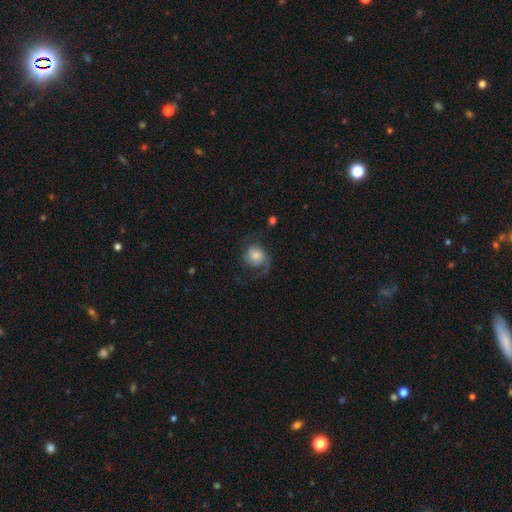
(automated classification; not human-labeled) Smooth or featured: featured or disk — 58% (smooth — 35%)
Edge-on disk: no — 98% (yes — 2%)
Bar: no — 73% (weak — 23%)
Spiral arms: yes — 90% (no — 10%)
Spiral winding: loose — 48% (medium — 37%)
Spiral arm count: 2 — 58% (1 — 32%)
Bulge size: moderate — 35% (small — 33%)
Merging: none — 52% (major disturbance — 27%)